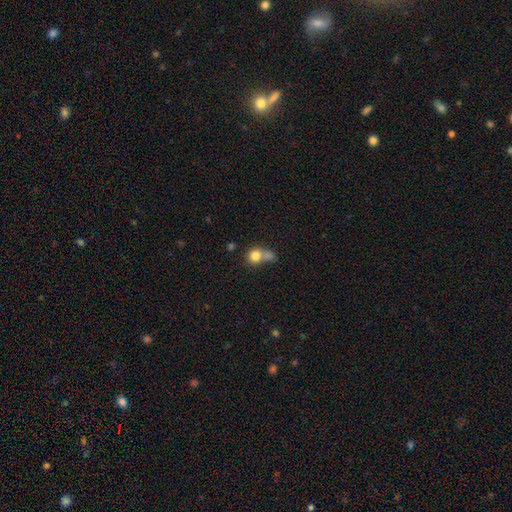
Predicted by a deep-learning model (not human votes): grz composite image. It shows a smooth galaxy with no disk features (79%) that is round (80%). Merging: merger (52%).